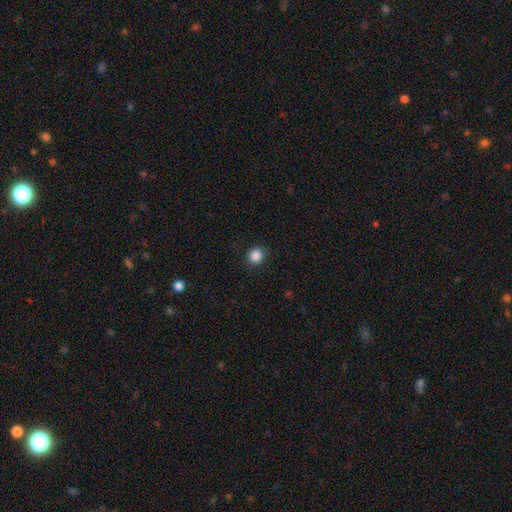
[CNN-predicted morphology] A smooth galaxy with no disk features (87%) that is round (86%). Merging: none (89%).